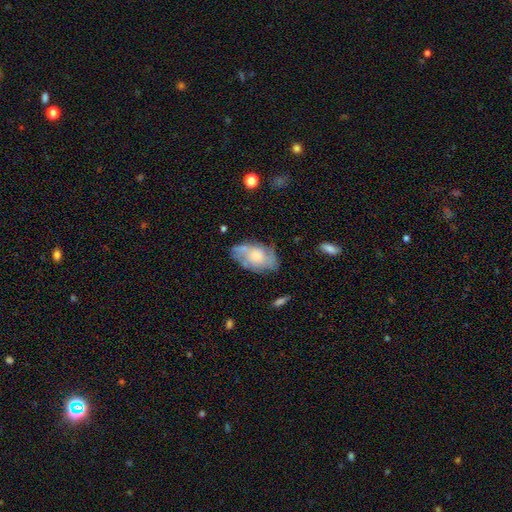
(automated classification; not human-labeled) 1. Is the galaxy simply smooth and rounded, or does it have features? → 55% featured or disk, 38% smooth, 7% star or artifact.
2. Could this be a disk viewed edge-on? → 94% no, 6% yes.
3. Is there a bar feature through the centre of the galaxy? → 80% no, 17% weak, 2% strong.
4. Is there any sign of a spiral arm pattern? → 66% yes, 34% no.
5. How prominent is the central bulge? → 37% moderate, 27% large, 20% small, 13% none, 3% dominant.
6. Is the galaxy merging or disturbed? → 59% none, 27% minor disturbance, 10% major disturbance, 4% merger.